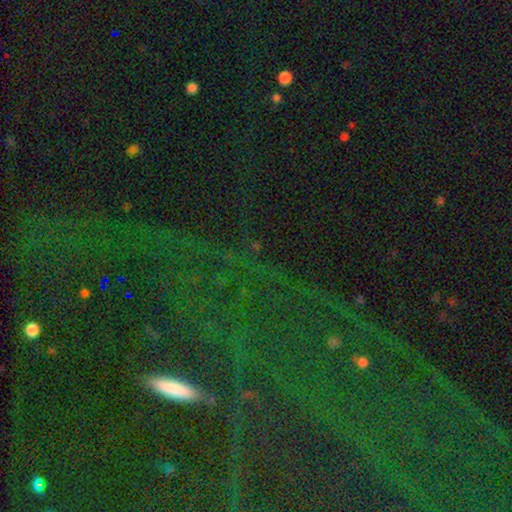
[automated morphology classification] Smooth or featured? star or artifact (77%)